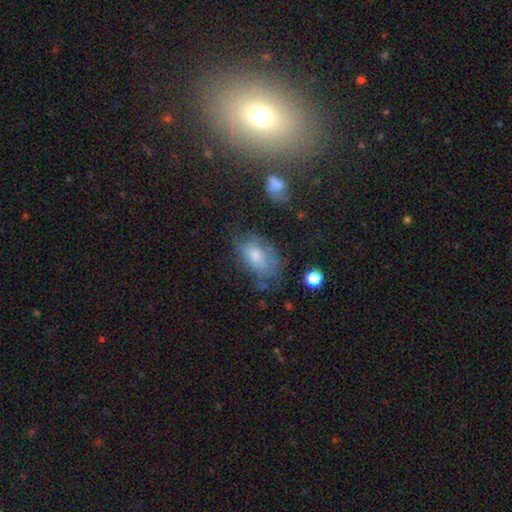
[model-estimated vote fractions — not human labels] smooth 53%, featured or disk 34%, star or artifact 13%. Down the decision tree: how rounded — in between (88%); merging — none (50%).